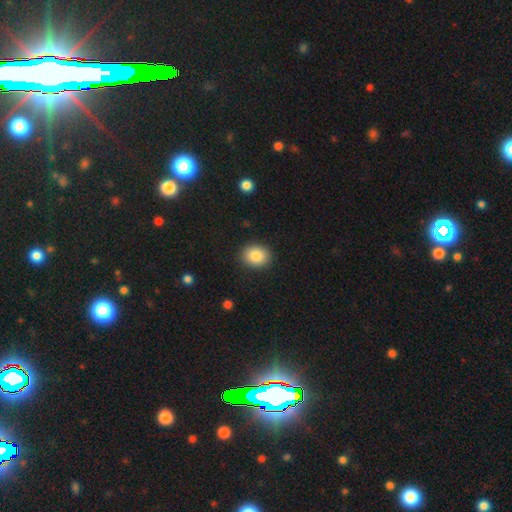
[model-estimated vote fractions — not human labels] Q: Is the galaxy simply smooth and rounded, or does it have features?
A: smooth — 85%.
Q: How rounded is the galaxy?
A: round — 59%.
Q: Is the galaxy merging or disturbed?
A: none — 89%.